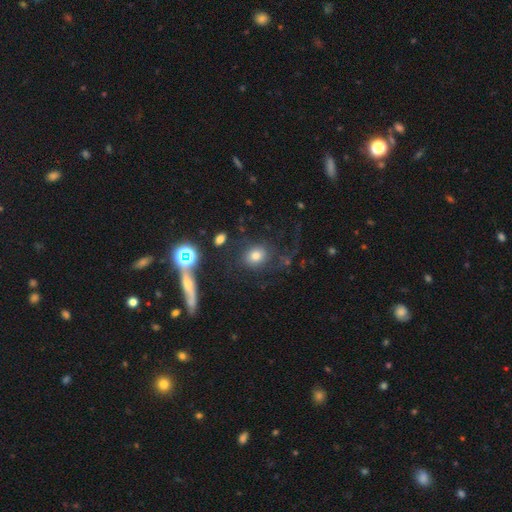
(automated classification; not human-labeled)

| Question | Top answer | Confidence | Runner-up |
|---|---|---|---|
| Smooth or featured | smooth | 67% | featured or disk (17%) |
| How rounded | round | 59% | in between (39%) |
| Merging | none | 68% | minor disturbance (14%) |